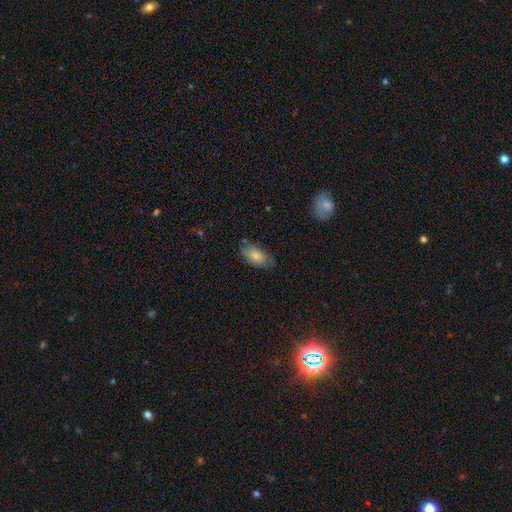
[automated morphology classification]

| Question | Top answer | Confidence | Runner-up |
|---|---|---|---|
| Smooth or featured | smooth | 83% | featured or disk (10%) |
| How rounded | in between | 92% | round (4%) |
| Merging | none | 74% | minor disturbance (20%) |